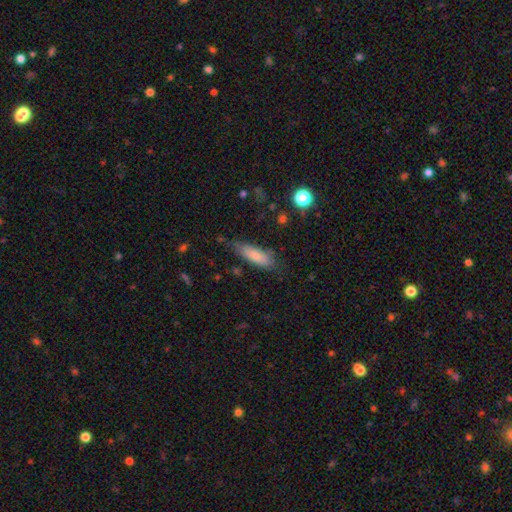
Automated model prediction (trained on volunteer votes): A smooth galaxy with no disk features (79%) that is in between round and cigar-shaped (51%).

Vote fractions:
- Smooth or featured? smooth: 79% / featured or disk: 14% / star or artifact: 7%
- How rounded? in between: 51% / cigar-shaped: 47% / round: 2%
- Merging? none: 68% / minor disturbance: 24% / major disturbance: 6% / merger: 3%